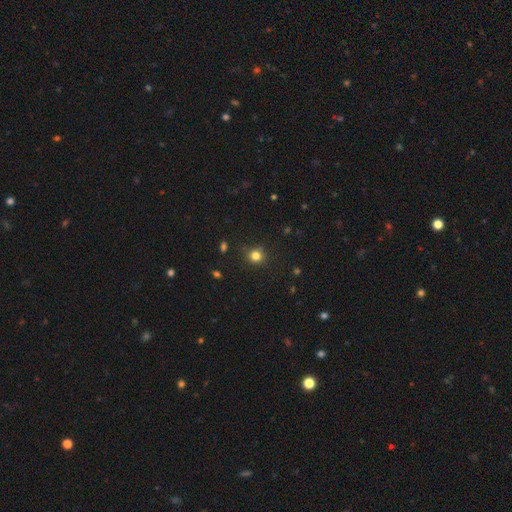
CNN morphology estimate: This appears to be a smooth galaxy with no disk features (80%) that is round (88%). Merging: none (83%).